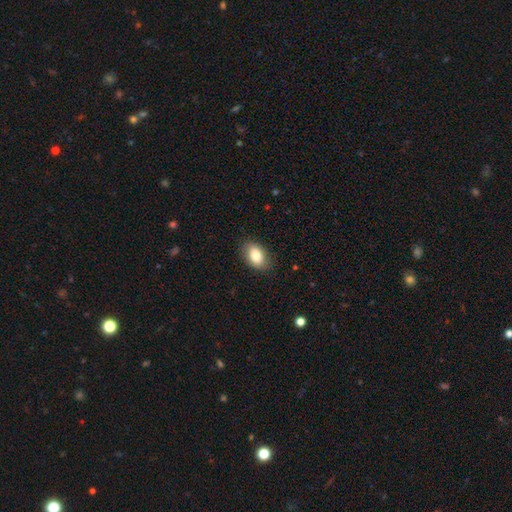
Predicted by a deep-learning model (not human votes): This is clearly a smooth galaxy (81%). How rounded: clearly in between (86%). Merging: clearly none (85%).